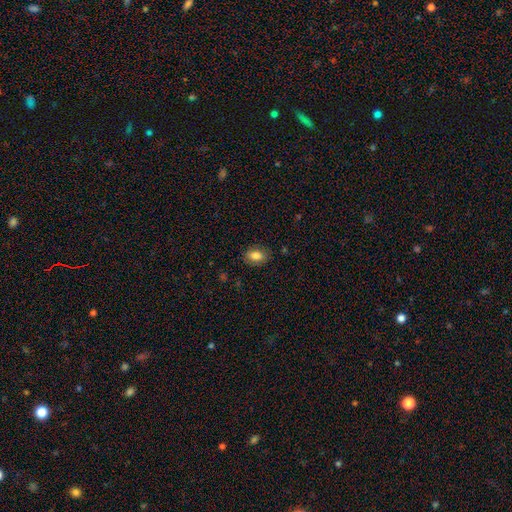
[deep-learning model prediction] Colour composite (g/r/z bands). It shows a smooth galaxy with no disk features (81%) that is in between round and cigar-shaped (84%). Merging: none (83%).